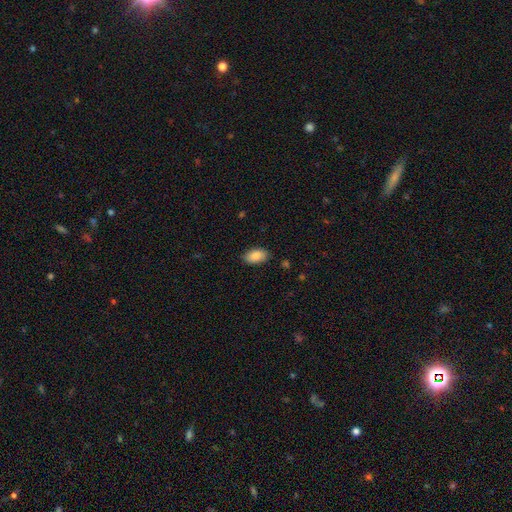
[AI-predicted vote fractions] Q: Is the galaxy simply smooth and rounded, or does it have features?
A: smooth — 87%.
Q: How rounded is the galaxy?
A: in between — 93%.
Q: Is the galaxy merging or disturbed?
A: none — 87%.